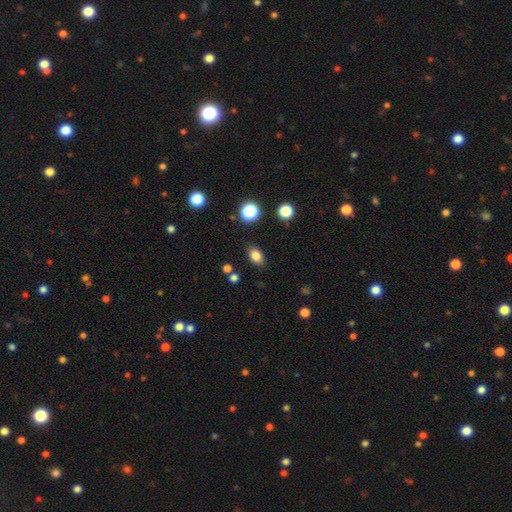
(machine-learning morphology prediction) type=smooth (82%); roundness=in between (80%); merging=none (85%).